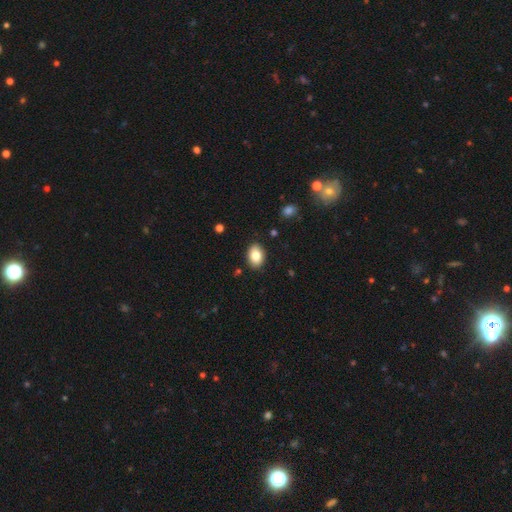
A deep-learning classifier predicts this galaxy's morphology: Smooth or featured: smooth — 83% (featured or disk — 10%)
How rounded: in between — 83% (round — 16%)
Merging: none — 88% (minor disturbance — 9%)